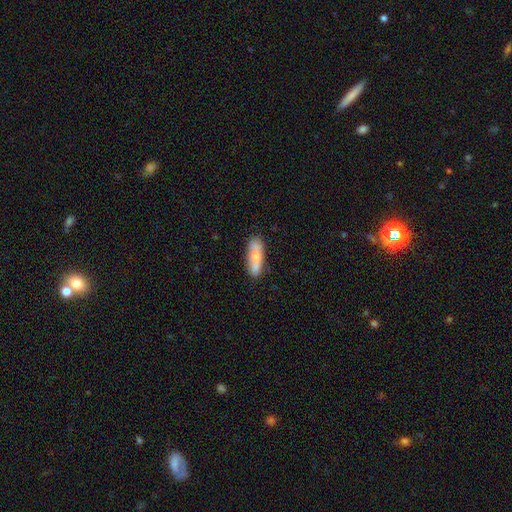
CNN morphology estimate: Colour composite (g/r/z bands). It shows a smooth galaxy with no disk features (65%) that is in between round and cigar-shaped (60%). Merging: none (67%).